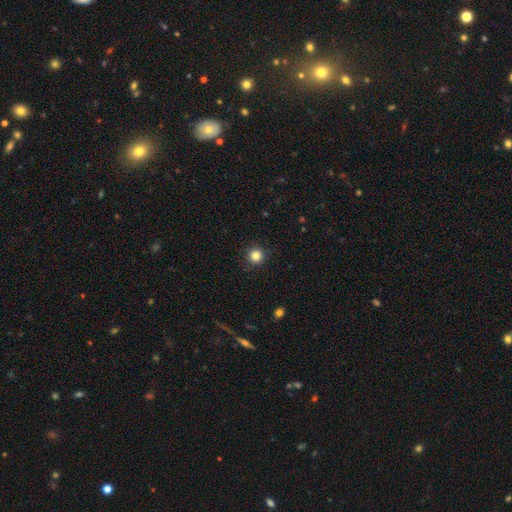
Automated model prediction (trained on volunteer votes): Smooth or featured?
  - smooth: 84% *
  - star or artifact: 12%
  - featured or disk: 5%
How rounded?
  - round: 95% *
  - in between: 4%
  - cigar-shaped: 1%
Merging?
  - none: 88% *
  - minor disturbance: 8%
  - major disturbance: 3%
  - merger: 1%